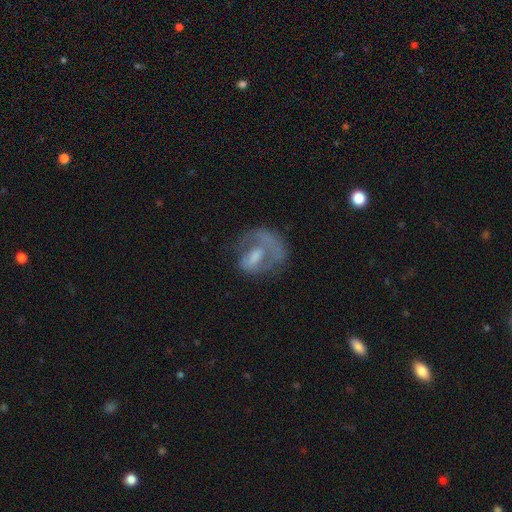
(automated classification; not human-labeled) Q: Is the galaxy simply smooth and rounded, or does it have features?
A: featured or disk — 60%.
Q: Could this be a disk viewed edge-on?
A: no — 96%.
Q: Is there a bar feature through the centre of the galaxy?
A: no — 60%.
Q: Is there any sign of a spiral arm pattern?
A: yes — 53%.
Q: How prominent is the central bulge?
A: moderate — 40%.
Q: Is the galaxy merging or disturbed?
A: major disturbance — 40%.